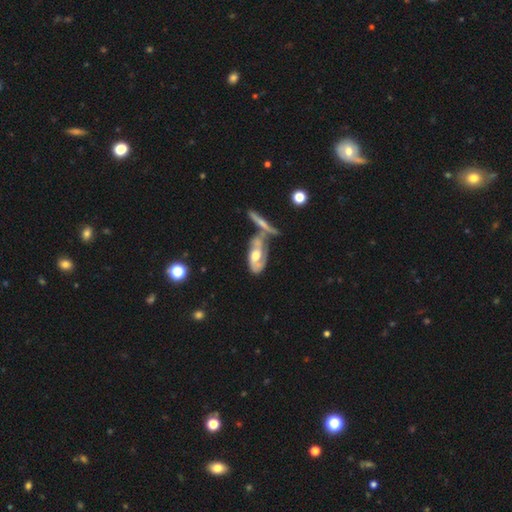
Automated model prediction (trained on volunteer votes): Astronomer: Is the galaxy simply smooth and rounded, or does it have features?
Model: featured or disk — 71%.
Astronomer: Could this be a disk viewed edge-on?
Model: no — 83%.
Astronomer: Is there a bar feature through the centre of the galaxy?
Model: no — 66%.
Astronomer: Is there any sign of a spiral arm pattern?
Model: yes — 78%.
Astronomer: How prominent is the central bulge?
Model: moderate — 63%.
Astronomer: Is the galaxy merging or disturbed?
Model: merger — 43% (runner-up: none, 28%).